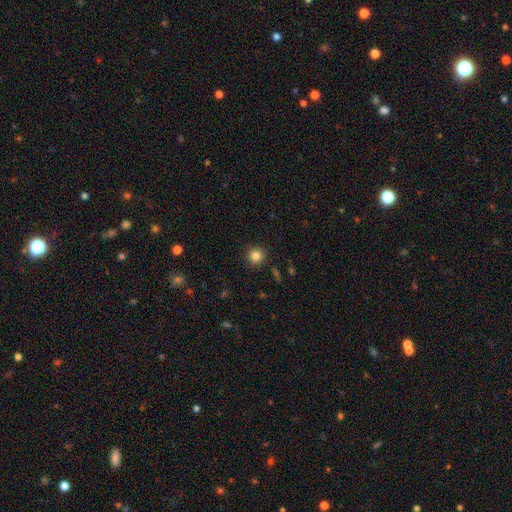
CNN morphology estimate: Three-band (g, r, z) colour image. It shows a smooth galaxy with no disk features (84%) that is round (95%). Merging: none (92%).